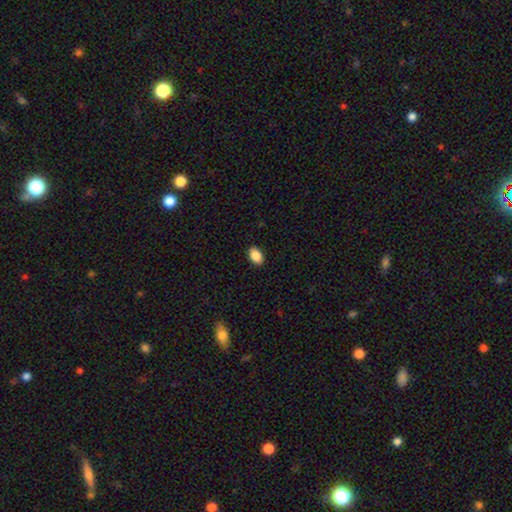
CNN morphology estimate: The model was most divided on "smooth or featured": smooth: 88%, star or artifact: 8%, featured or disk: 4%. More confident: how rounded — in between (90%); merging — none (90%).